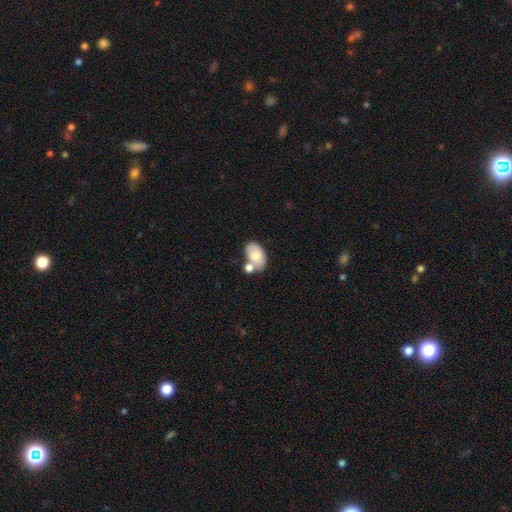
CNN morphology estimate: This appears to be a smooth galaxy with no disk features (72%) that is in between round and cigar-shaped (90%). Merging: merger (38%).